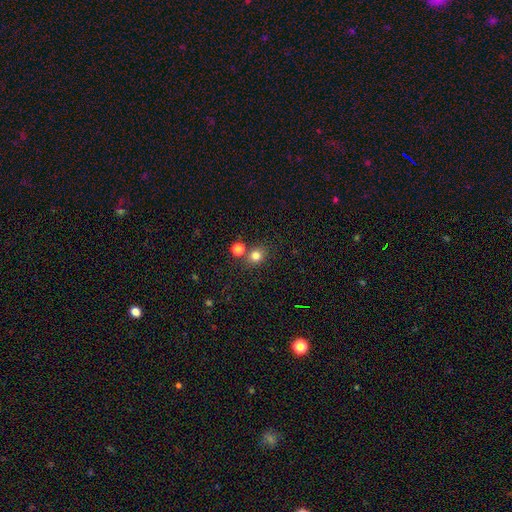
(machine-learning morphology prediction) Overall: smooth (79%). How rounded: round (76%). Merging: none (73%).